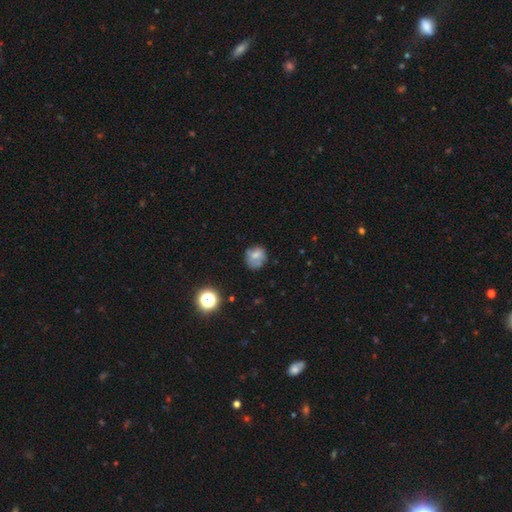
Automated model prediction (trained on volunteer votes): Q: Smooth or featured?
A: smooth (65%); runner-up: featured or disk (22%)
Q: How rounded?
A: round (67%); runner-up: in between (32%)
Q: Merging?
A: none (57%); runner-up: minor disturbance (27%)